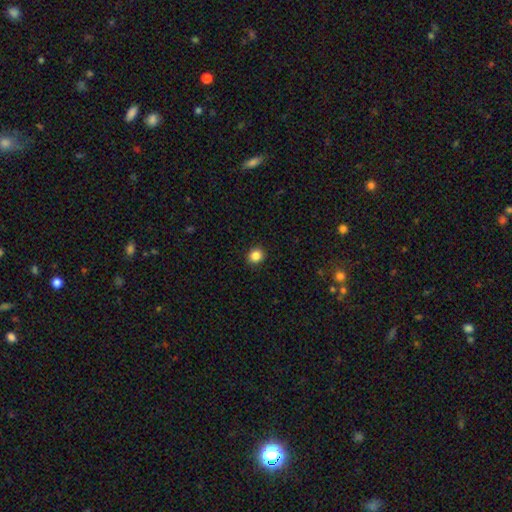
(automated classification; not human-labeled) Smooth or featured?
  - smooth: 85% *
  - star or artifact: 11%
  - featured or disk: 4%
How rounded?
  - round: 87% *
  - in between: 12%
  - cigar-shaped: 1%
Merging?
  - none: 92% *
  - minor disturbance: 5%
  - major disturbance: 2%
  - merger: 1%